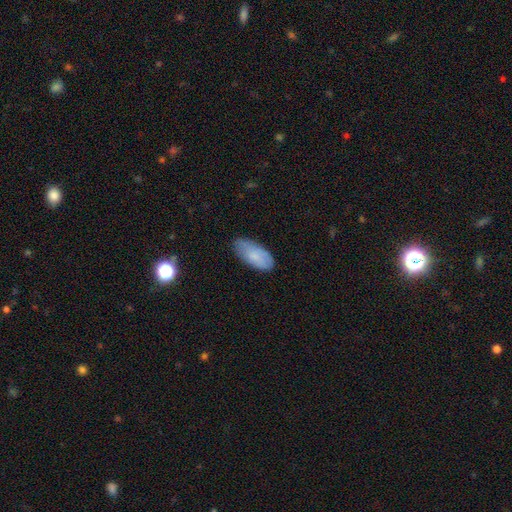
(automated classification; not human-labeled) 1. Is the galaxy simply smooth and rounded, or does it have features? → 77% smooth, 16% featured or disk, 7% star or artifact.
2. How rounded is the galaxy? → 91% in between, 7% cigar-shaped, 2% round.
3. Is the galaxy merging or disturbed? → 69% none, 24% minor disturbance, 5% major disturbance, 1% merger.